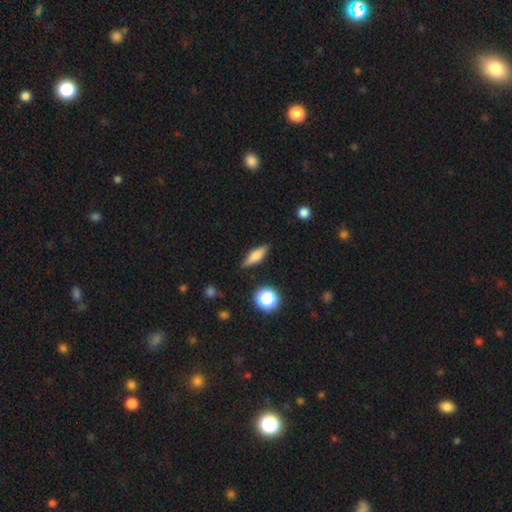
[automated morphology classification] Smooth or featured? smooth (63%)
How rounded? cigar-shaped (49%)
Merging? none (84%)